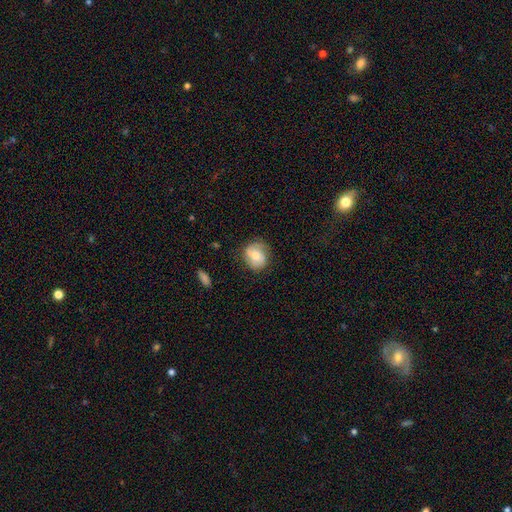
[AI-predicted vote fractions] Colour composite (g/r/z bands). It shows a smooth galaxy with no disk features (60%) that is round (70%). Merging: none (70%).